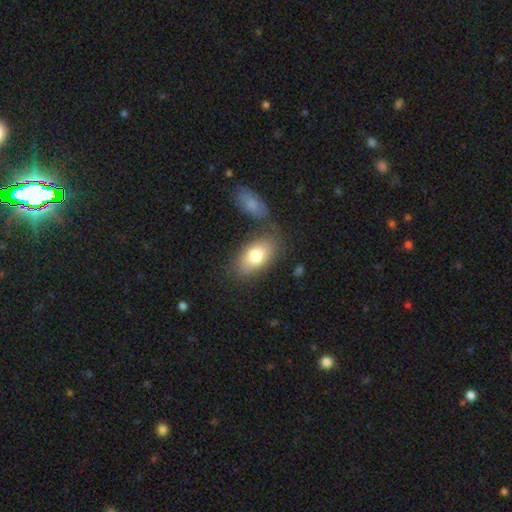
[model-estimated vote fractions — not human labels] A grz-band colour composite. It shows a smooth galaxy with no disk features (78%) that is in between round and cigar-shaped (91%). Merging: none (69%).